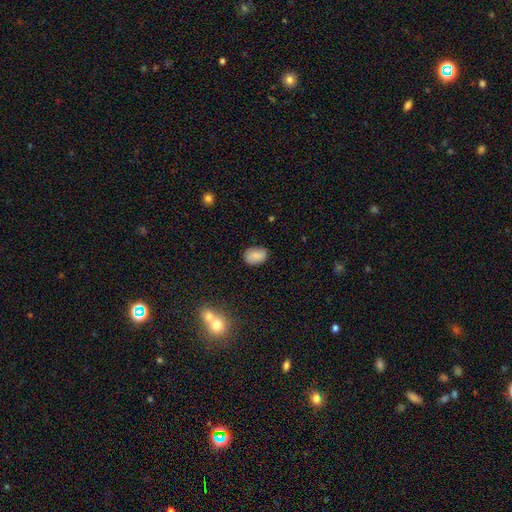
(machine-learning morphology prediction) This appears to be a smooth galaxy with no disk features (85%) that is in between round and cigar-shaped (80%). Merging: none (79%).